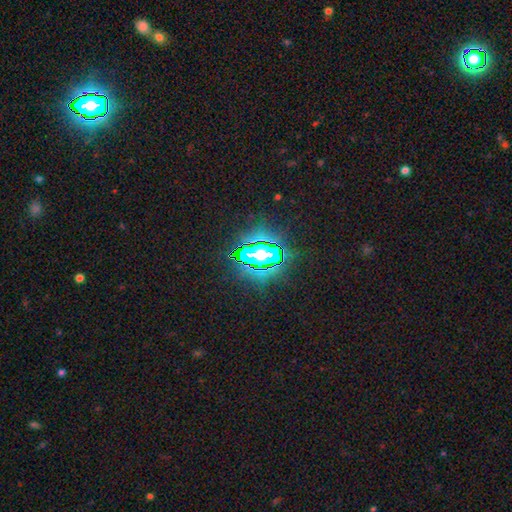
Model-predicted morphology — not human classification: Overall: star or artifact (82%).